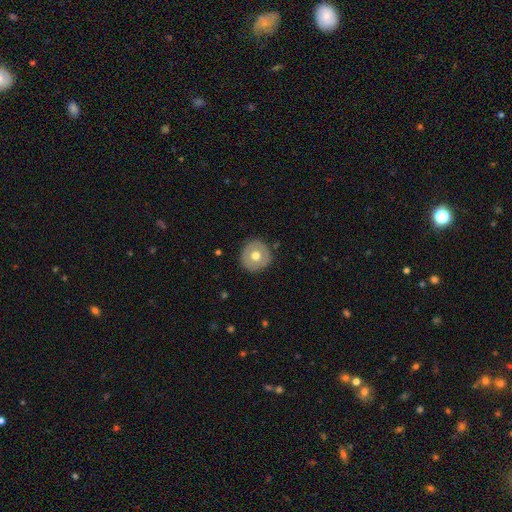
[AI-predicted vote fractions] Morphology: type=smooth (59%); roundness=round (94%); merging=none (89%).